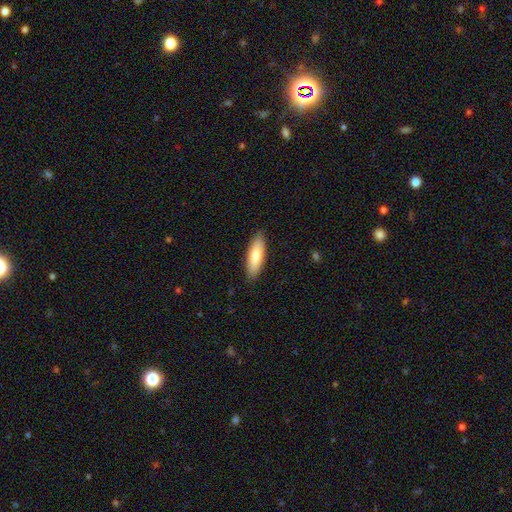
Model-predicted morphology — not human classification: Q: Smooth or featured?
A: smooth (75%); runner-up: featured or disk (19%)
Q: How rounded?
A: in between (59%); runner-up: cigar-shaped (39%)
Q: Merging?
A: none (88%); runner-up: minor disturbance (9%)